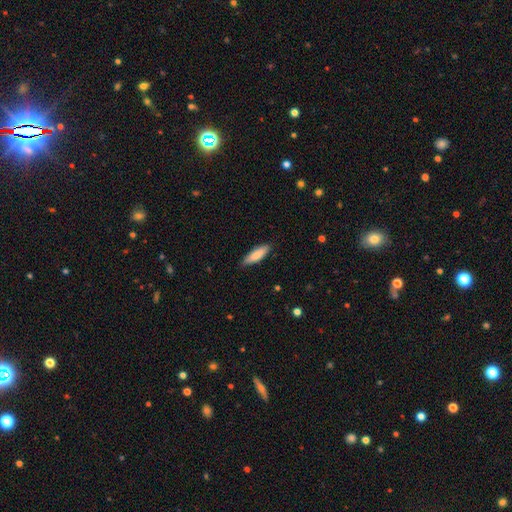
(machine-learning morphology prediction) Q: Smooth or featured?
A: smooth (82%); runner-up: featured or disk (12%)
Q: How rounded?
A: cigar-shaped (55%); runner-up: in between (44%)
Q: Merging?
A: none (85%); runner-up: minor disturbance (12%)